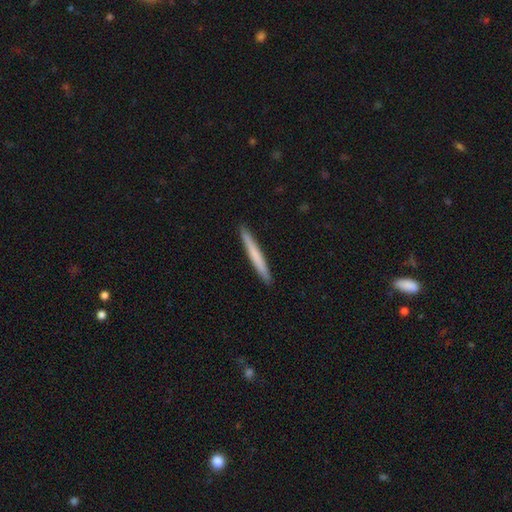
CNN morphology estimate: The model was most divided on "smooth or featured": smooth: 67%, featured or disk: 28%, star or artifact: 5%. More confident: how rounded — cigar-shaped (97%); merging — none (93%).